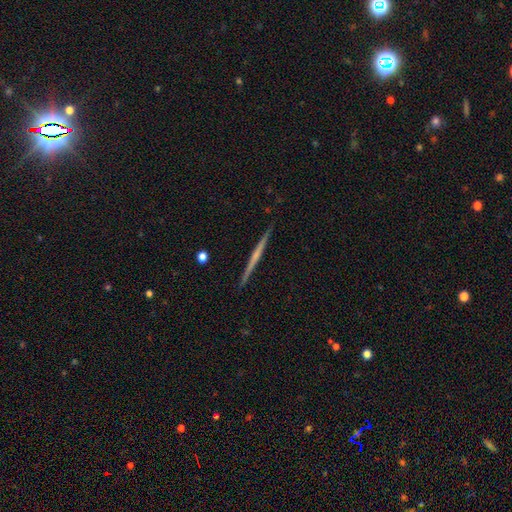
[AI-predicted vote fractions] A featured or disk galaxy (66%) viewed edge-on (98%) with no central bulge (75%). Merging: none (93%).